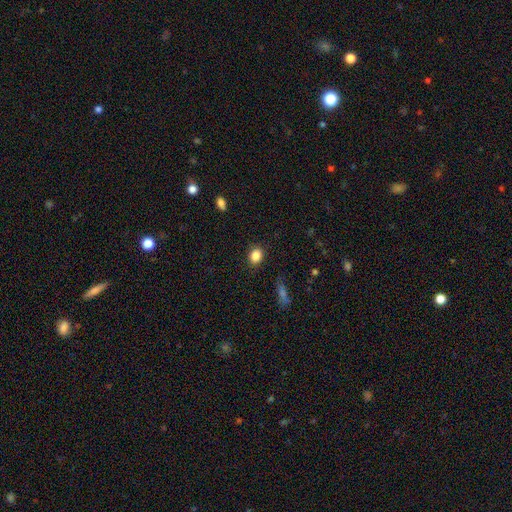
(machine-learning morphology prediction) type=smooth (86%); roundness=in between (53%); merging=none (87%).